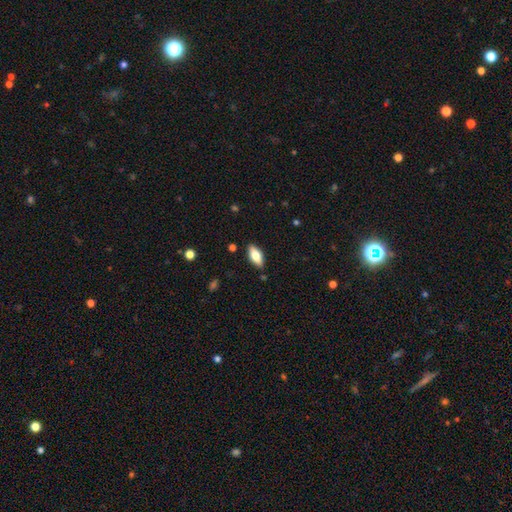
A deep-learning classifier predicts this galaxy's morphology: Smooth or featured?
  - smooth: 72% *
  - featured or disk: 21%
  - star or artifact: 6%
How rounded?
  - in between: 84% *
  - cigar-shaped: 14%
  - round: 2%
Merging?
  - none: 87% *
  - minor disturbance: 10%
  - major disturbance: 2%
  - merger: 1%